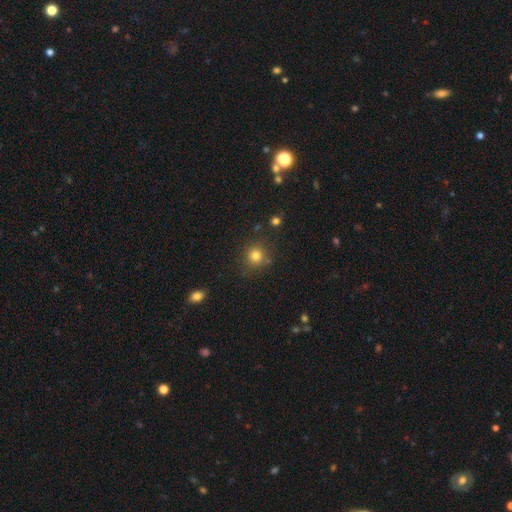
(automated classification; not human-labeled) A smooth galaxy with no disk features (81%) that is round (90%). Merging: none (81%).